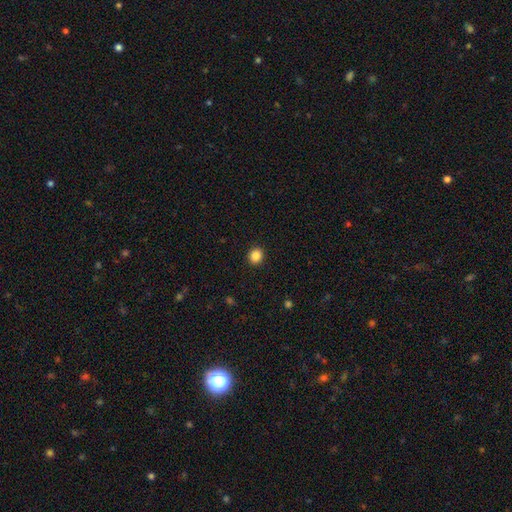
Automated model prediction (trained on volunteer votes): This is clearly a smooth galaxy (87%). How rounded: clearly round (80%). Merging: clearly none (92%).